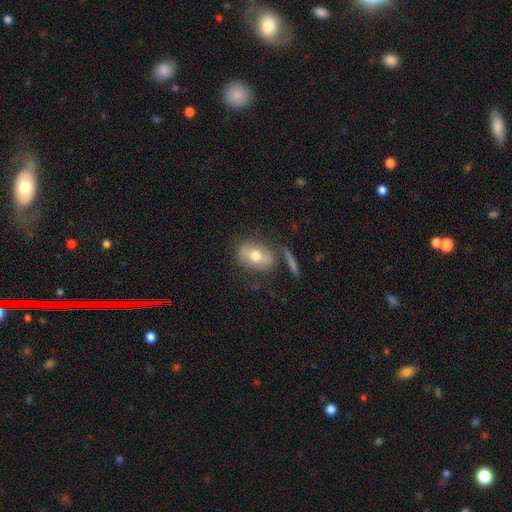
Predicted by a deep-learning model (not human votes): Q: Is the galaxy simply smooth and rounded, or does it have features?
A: smooth — 65%.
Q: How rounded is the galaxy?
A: in between — 76%.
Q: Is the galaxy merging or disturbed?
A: none — 69%.